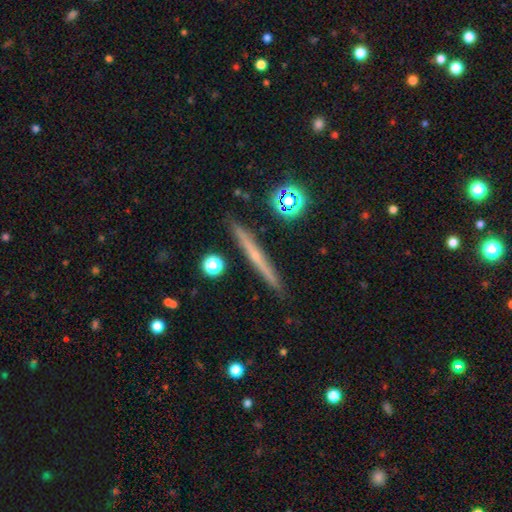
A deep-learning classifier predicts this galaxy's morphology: Smooth or featured?
  - featured or disk: 59% *
  - smooth: 32%
  - star or artifact: 9%
Edge-on disk?
  - yes: 97% *
  - no: 3%
Edge-on bulge?
  - none: 61% *
  - rounded: 36%
  - boxy: 3%
Merging?
  - none: 90% *
  - minor disturbance: 6%
  - merger: 2%
  - major disturbance: 1%